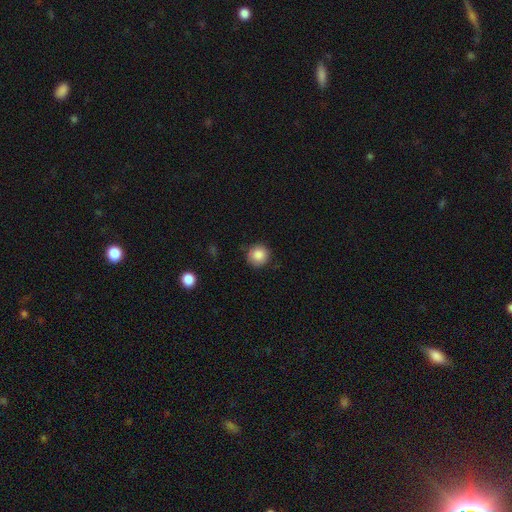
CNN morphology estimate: smooth-or-featured: smooth: 85% | star or artifact: 9% | featured or disk: 6%
  how-rounded: round: 92% | in between: 7% | cigar-shaped: 1%
  merging: none: 84% | minor disturbance: 13% | major disturbance: 3% | merger: 1%